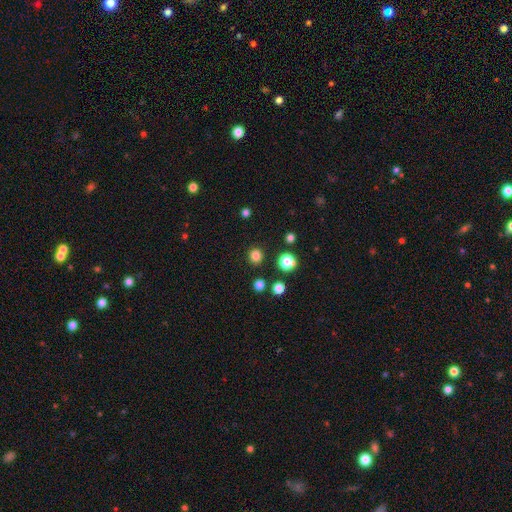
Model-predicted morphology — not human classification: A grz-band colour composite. It shows a smooth galaxy with no disk features (81%) that is round (91%). Merging: none (89%).